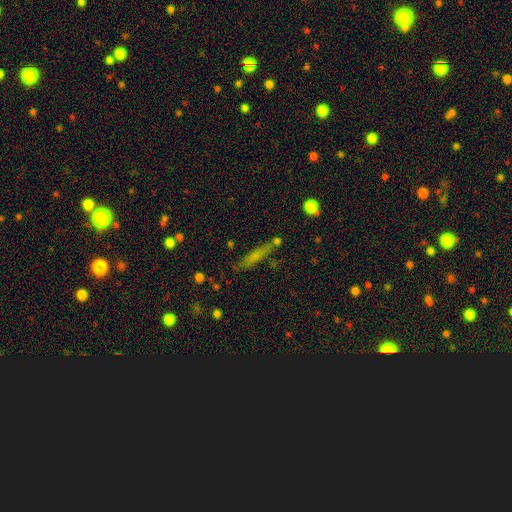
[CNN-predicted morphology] The model was most divided on "smooth or featured": smooth: 59%, featured or disk: 28%, star or artifact: 13%. More confident: how rounded — cigar-shaped (88%); merging — none (75%).